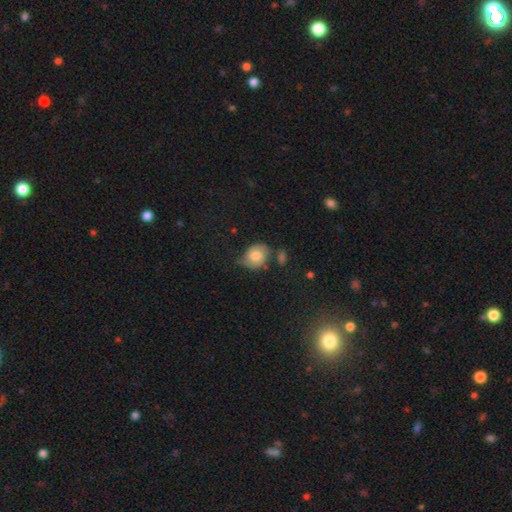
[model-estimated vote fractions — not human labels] Morphology: type=smooth (63%); roundness=round (50%); merging=none (54%).